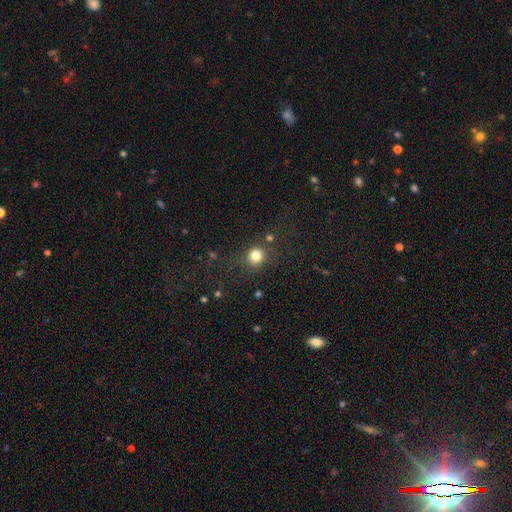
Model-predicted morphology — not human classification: This is clearly a smooth galaxy (80%). How rounded: clearly round (89%). Merging: likely none (80%).